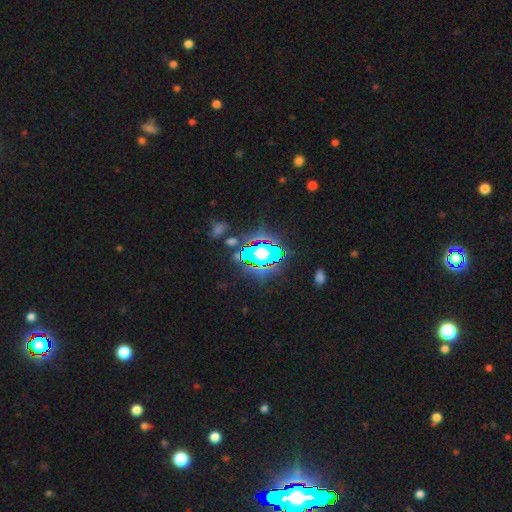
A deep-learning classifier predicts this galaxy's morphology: smooth_or_featured: star or artifact (p=0.68) [alt: smooth p=0.18]